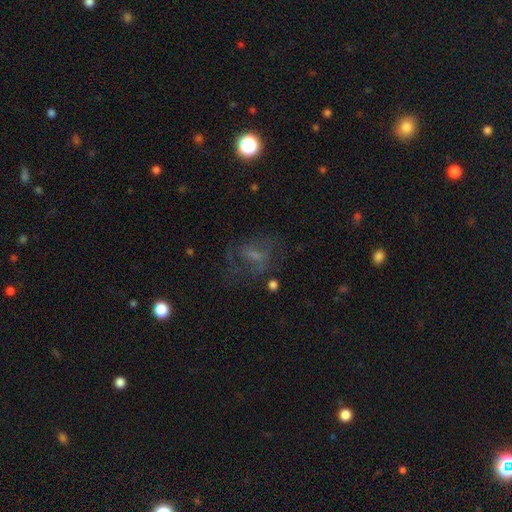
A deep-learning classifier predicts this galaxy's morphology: Smooth or featured? Predicted: featured or disk (p=0.46). Merging? Predicted: none (p=0.44).